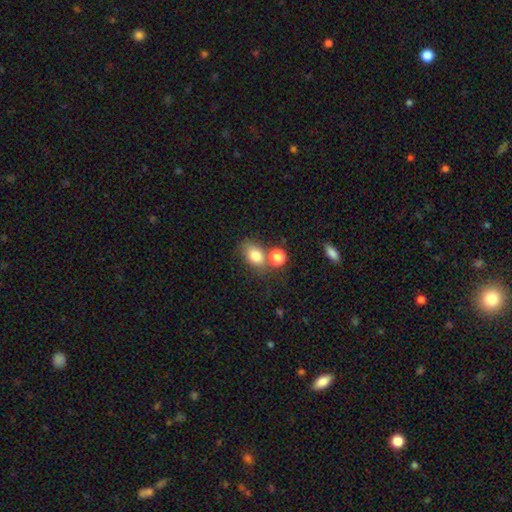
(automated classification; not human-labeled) smooth 79%, star or artifact 11%, featured or disk 10%. Down the decision tree: how rounded — in between (70%); merging — none (54%).